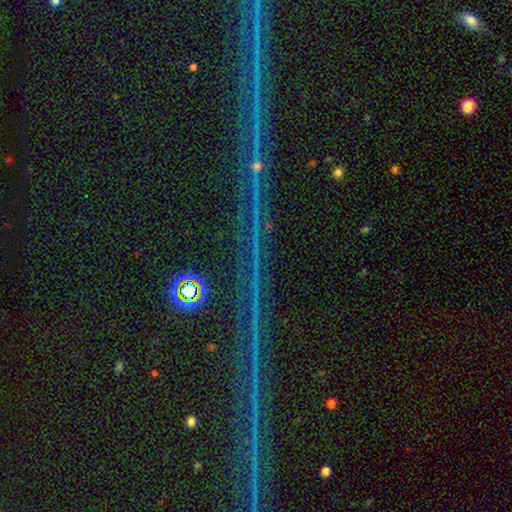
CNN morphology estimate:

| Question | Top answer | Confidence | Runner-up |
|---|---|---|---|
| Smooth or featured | star or artifact | 86% | featured or disk (8%) |